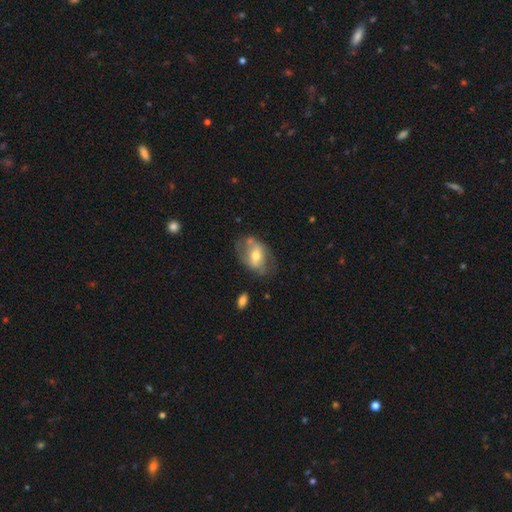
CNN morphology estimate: A featured or disk galaxy (53%).

Vote fractions:
- Smooth or featured? featured or disk: 53% / smooth: 40% / star or artifact: 7%
- Edge-on disk? no: 92% / yes: 8%
- Merging? none: 53% / minor disturbance: 27% / major disturbance: 16% / merger: 5%